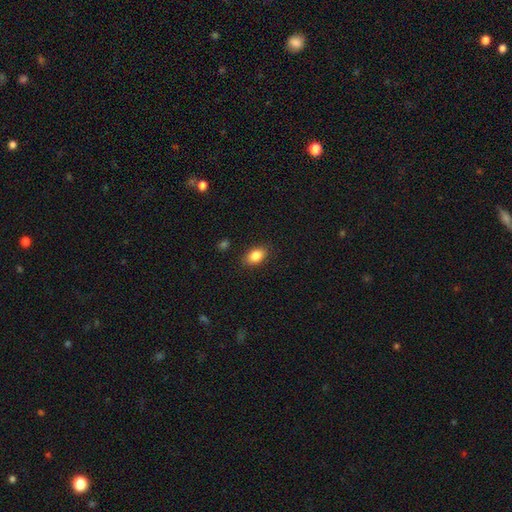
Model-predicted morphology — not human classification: A smooth galaxy with no disk features (86%) that is in between round and cigar-shaped (87%). Merging: none (87%).